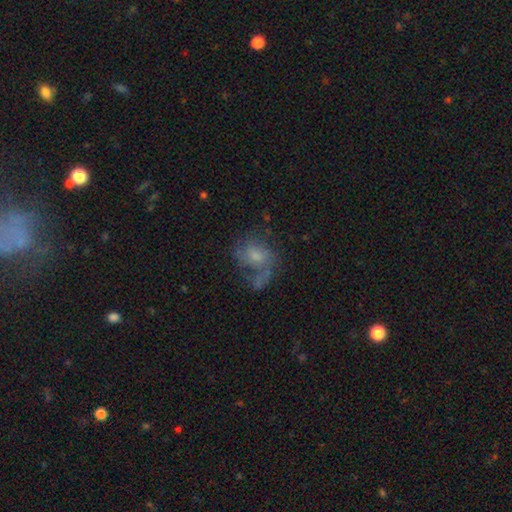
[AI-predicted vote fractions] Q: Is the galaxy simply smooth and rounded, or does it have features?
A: featured or disk — 51%.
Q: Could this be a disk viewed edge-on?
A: no — 97%.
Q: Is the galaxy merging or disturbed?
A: major disturbance — 35%, tied with none.